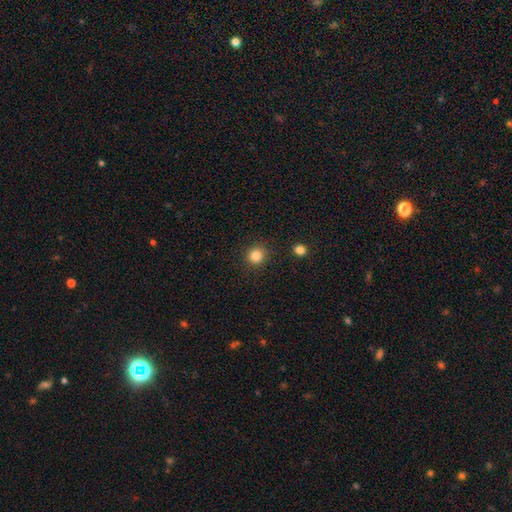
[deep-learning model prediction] smooth 85%, star or artifact 11%, featured or disk 4%. Down the decision tree: how rounded — round (91%); merging — none (89%).